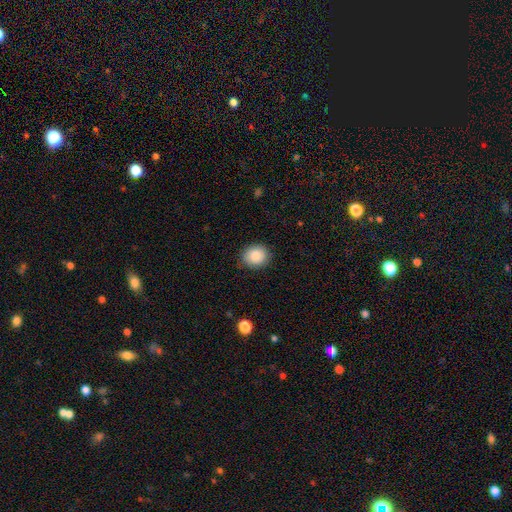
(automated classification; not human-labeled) smooth_or_featured: smooth (p=0.87) [alt: star or artifact p=0.08]
how_rounded: round (p=0.69) [alt: in between p=0.30]
merging: none (p=0.86) [alt: minor disturbance p=0.11]